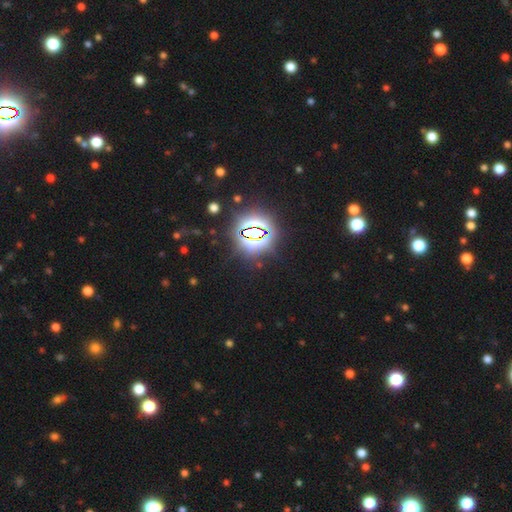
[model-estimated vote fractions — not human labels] This appears to be a star or artifact, not a galaxy (79%).